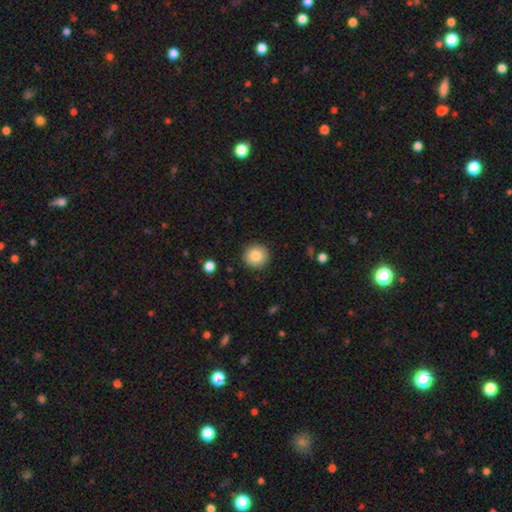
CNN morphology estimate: This is clearly a smooth galaxy (85%). How rounded: clearly round (94%). Merging: clearly none (91%).